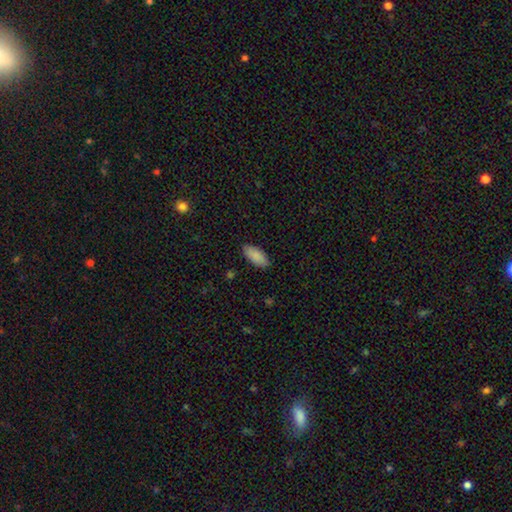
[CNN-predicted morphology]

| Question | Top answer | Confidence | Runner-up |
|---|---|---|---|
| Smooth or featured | smooth | 88% | star or artifact (6%) |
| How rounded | in between | 87% | cigar-shaped (11%) |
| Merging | none | 88% | minor disturbance (9%) |